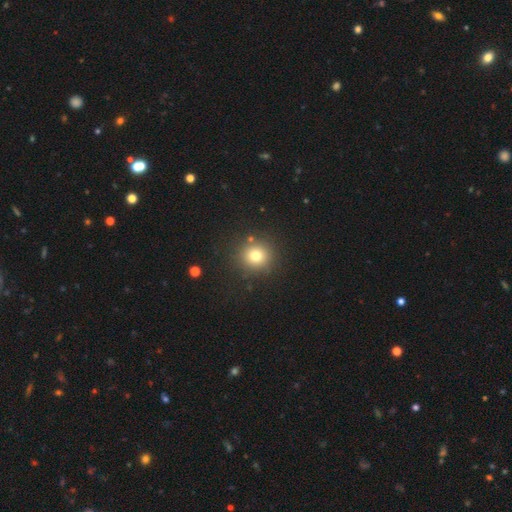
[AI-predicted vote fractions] Smooth or featured? Predicted: smooth (p=0.76). How rounded? Predicted: round (p=0.91). Merging? Predicted: none (p=0.88).